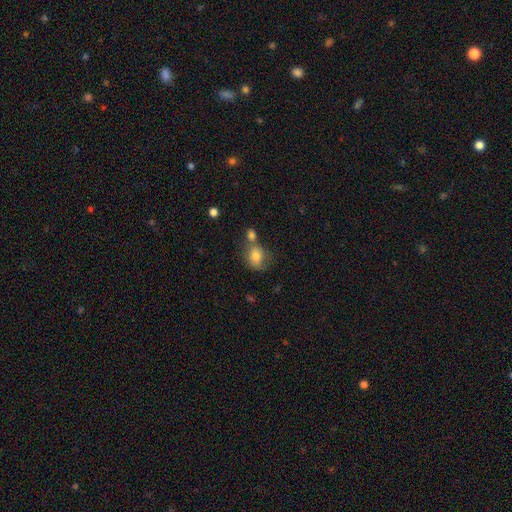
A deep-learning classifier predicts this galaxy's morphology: smooth-or-featured: smooth: 78% | featured or disk: 12% | star or artifact: 9%
  how-rounded: round: 52% | in between: 47% | cigar-shaped: 1%
  merging: none: 40% | merger: 35% | minor disturbance: 17% | major disturbance: 8%